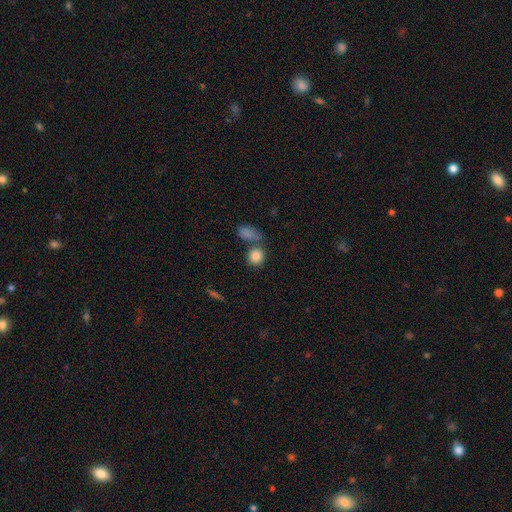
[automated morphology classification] A smooth galaxy with no disk features (85%) that is round (79%). Merging: none (55%).